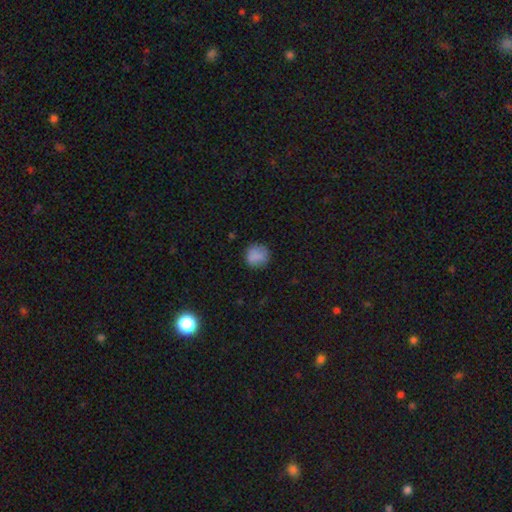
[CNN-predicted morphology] type=smooth (84%); roundness=round (89%); merging=none (81%).